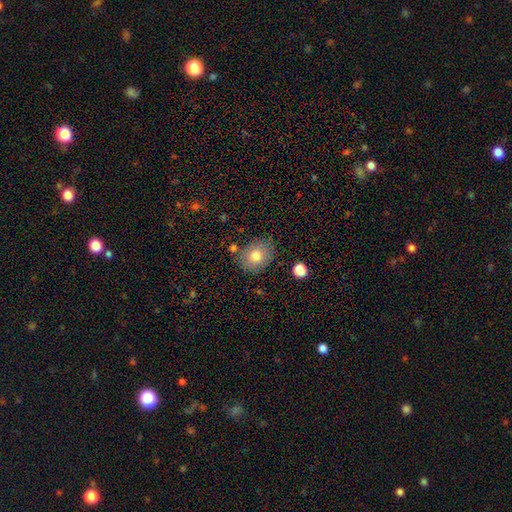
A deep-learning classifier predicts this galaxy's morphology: The model was most divided on "how rounded": round: 60%, in between: 39%, cigar-shaped: 1%. More confident: merging — none (79%); smooth or featured — smooth (76%).